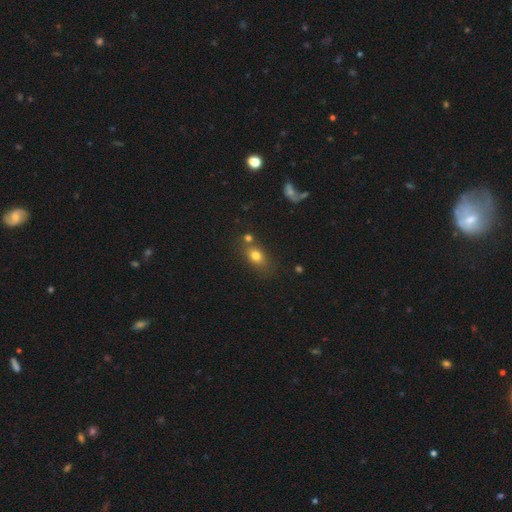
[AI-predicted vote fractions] smooth 76%, star or artifact 12%, featured or disk 12%. Down the decision tree: how rounded — in between (70%); merging — none (61%).